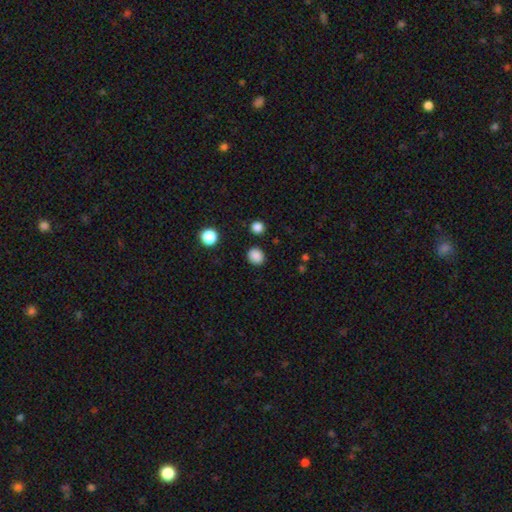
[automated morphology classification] This appears to be a smooth galaxy with no disk features (86%) that is round (80%). Merging: none (89%).